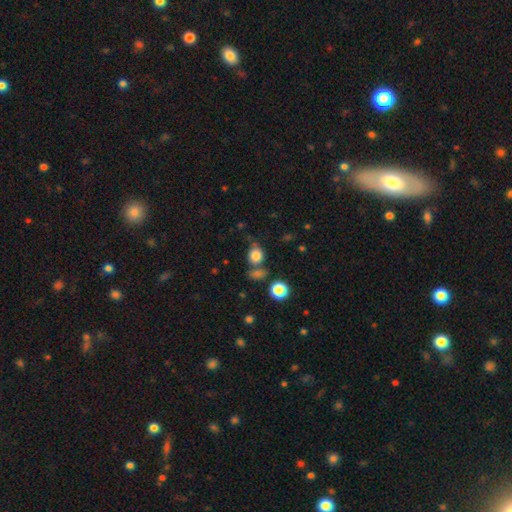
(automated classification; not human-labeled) Smooth or featured? Predicted: smooth (p=0.82). How rounded? Predicted: round (p=0.77). Merging? Predicted: none (p=0.53).